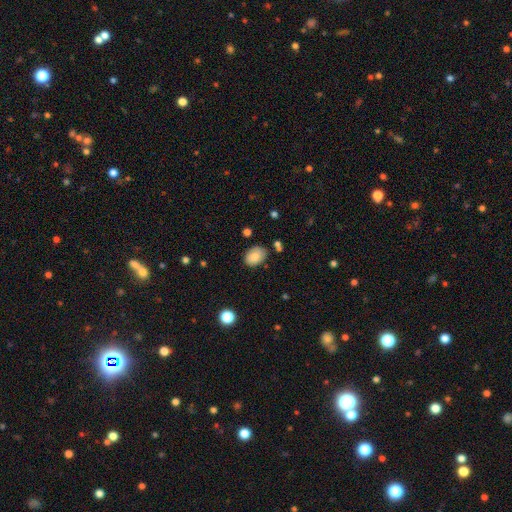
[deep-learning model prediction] The model was most divided on "how rounded": in between: 75%, round: 24%, cigar-shaped: 1%. More confident: smooth or featured — smooth (82%); merging — none (76%).